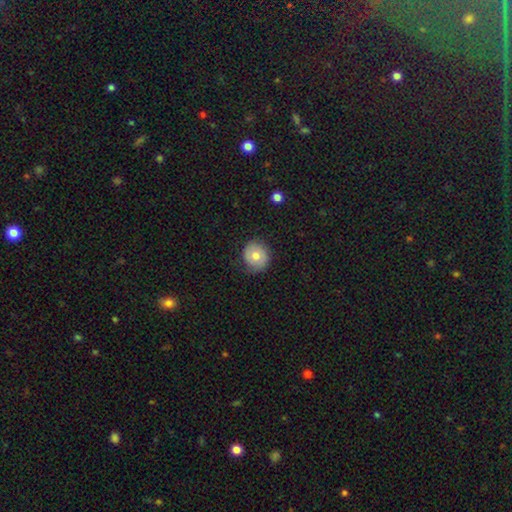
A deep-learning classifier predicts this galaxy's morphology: This appears to be a smooth galaxy with no disk features (65%) that is round (82%). Merging: none (73%).